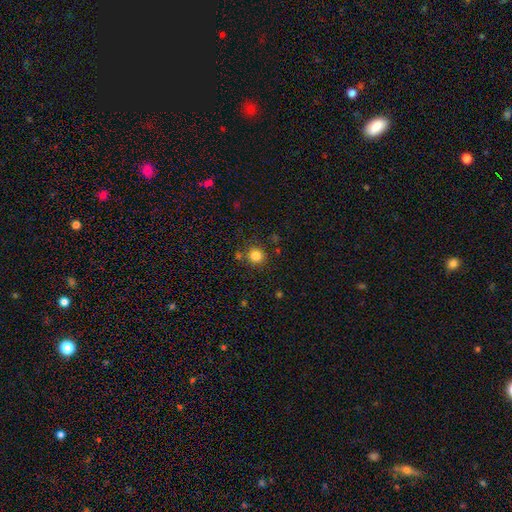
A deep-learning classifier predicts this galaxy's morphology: Smooth or featured: smooth — 83% (star or artifact — 12%)
How rounded: round — 92% (in between — 7%)
Merging: none — 81% (minor disturbance — 9%)